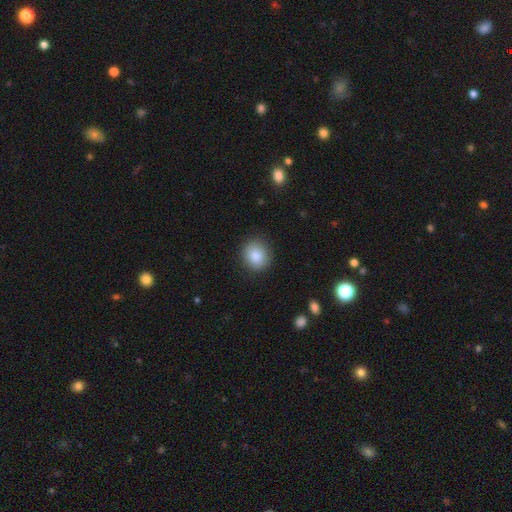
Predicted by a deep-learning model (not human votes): smooth 86%, star or artifact 8%, featured or disk 5%. Down the decision tree: how rounded — round (72%); merging — none (87%).